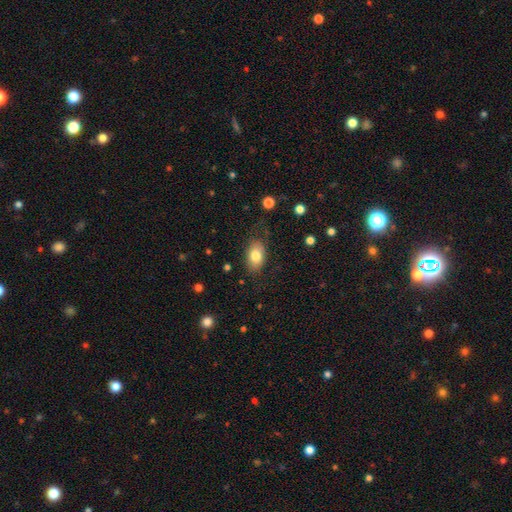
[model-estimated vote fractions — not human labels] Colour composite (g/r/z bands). It shows a smooth galaxy with no disk features (80%) that is in between round and cigar-shaped (88%). Merging: none (76%).